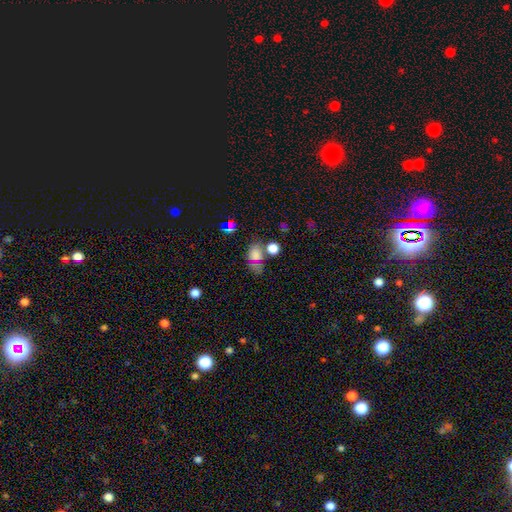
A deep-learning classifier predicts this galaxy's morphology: Smooth or featured? Predicted: smooth (p=0.66). How rounded? Predicted: in between (p=0.68). Merging? Predicted: none (p=0.56).